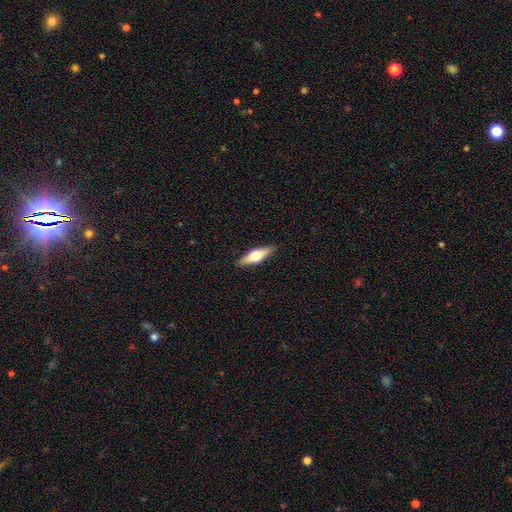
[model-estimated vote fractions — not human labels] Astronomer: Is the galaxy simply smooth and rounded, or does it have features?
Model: smooth — 48% (runner-up: featured or disk, 46%).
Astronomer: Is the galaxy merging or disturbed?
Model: none — 89%.